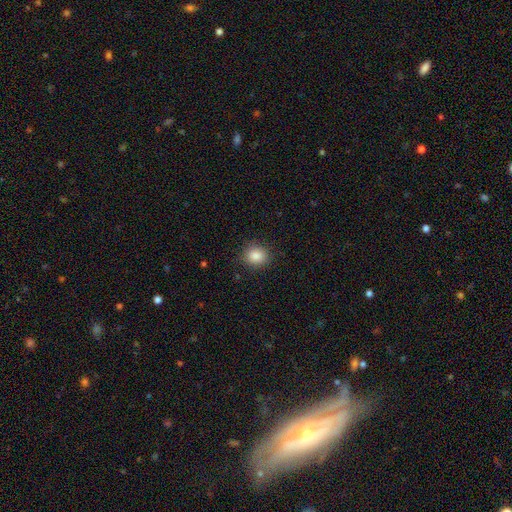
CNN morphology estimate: smooth-or-featured: smooth: 86% | star or artifact: 10% | featured or disk: 4%
  how-rounded: round: 76% | in between: 23% | cigar-shaped: 1%
  merging: none: 88% | minor disturbance: 9% | major disturbance: 3% | merger: 1%